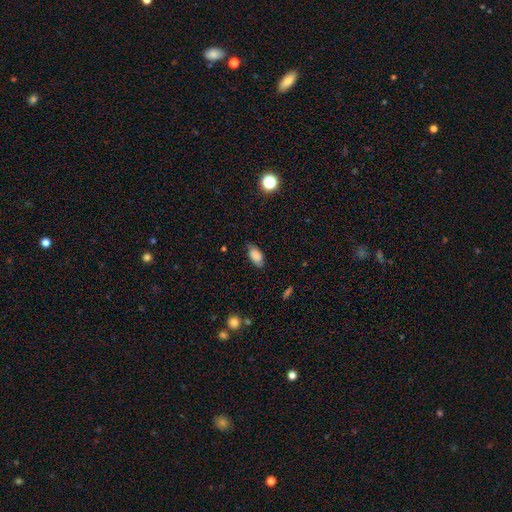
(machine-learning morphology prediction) Overall: smooth (83%). How rounded: in between (91%). Merging: none (73%).